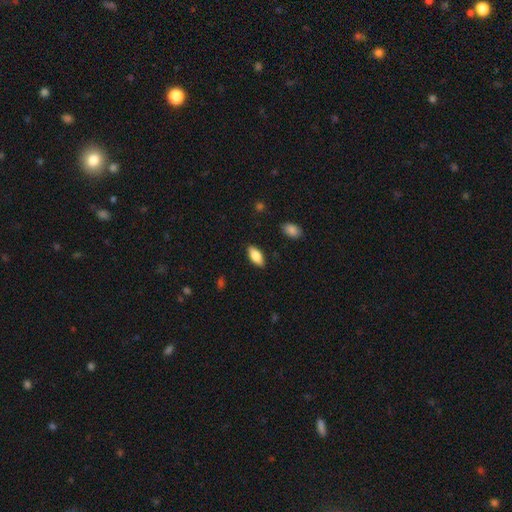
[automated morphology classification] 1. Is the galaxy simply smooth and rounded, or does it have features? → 76% smooth, 17% featured or disk, 6% star or artifact.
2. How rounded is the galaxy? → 83% in between, 15% cigar-shaped, 2% round.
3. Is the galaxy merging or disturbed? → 88% none, 9% minor disturbance, 2% major disturbance, 1% merger.